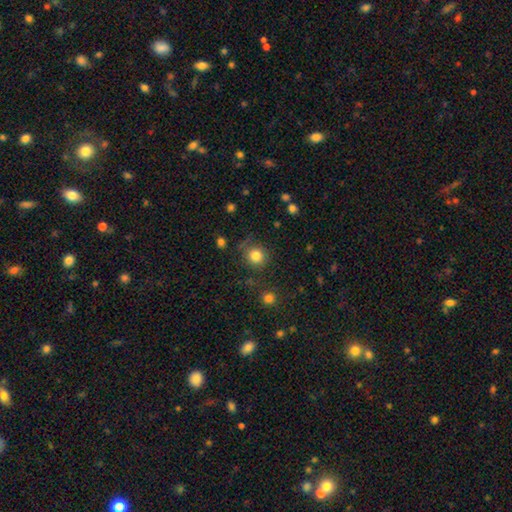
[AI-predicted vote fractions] Smooth or featured: smooth — 82% (star or artifact — 12%)
How rounded: round — 90% (in between — 9%)
Merging: none — 78% (minor disturbance — 13%)